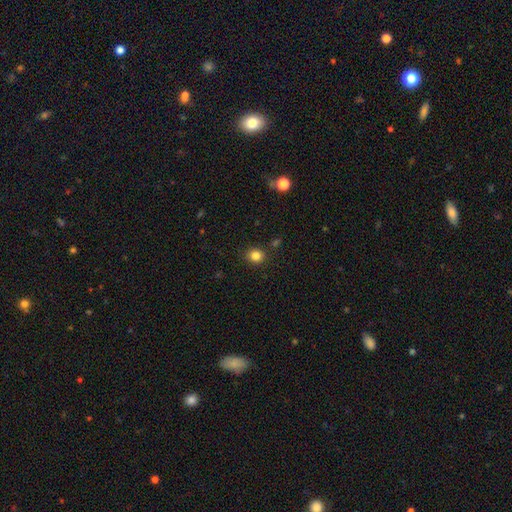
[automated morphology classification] This is clearly a smooth galaxy (83%). How rounded: likely round (80%). Merging: clearly none (88%).